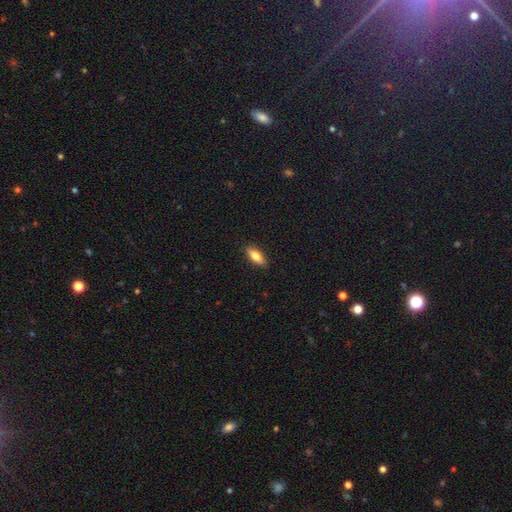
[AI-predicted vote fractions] Smooth or featured?
  - smooth: 71% *
  - featured or disk: 22%
  - star or artifact: 6%
How rounded?
  - in between: 71% *
  - cigar-shaped: 27%
  - round: 3%
Merging?
  - none: 89% *
  - minor disturbance: 8%
  - major disturbance: 2%
  - merger: 1%